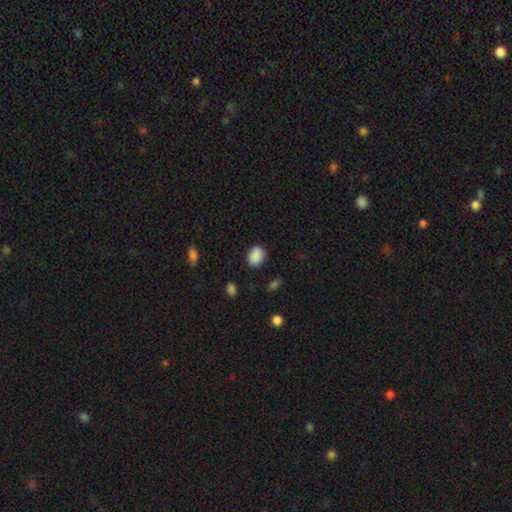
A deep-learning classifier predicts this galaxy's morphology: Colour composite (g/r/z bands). It shows a smooth galaxy with no disk features (88%) that is in between round and cigar-shaped (63%). Merging: none (82%).